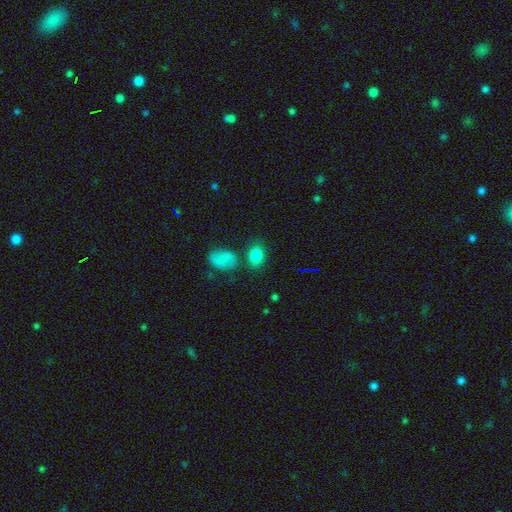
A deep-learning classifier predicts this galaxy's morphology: This is clearly a smooth galaxy (82%). How rounded: likely in between (69%). Merging: likely none (72%).